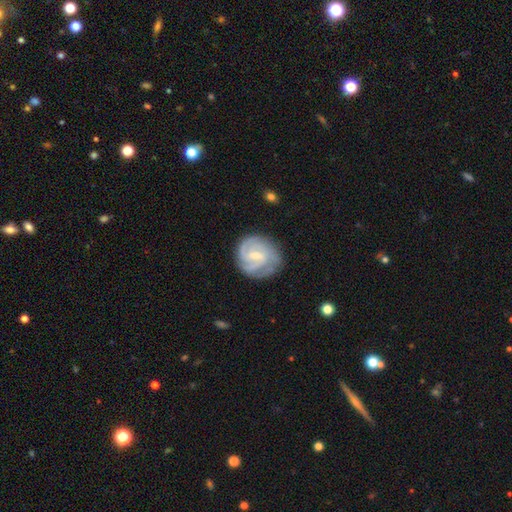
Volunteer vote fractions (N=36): This is clearly a featured or disk galaxy (89%). It is clearly not viewed edge-on (100%). Bar: likely weak (62%). Spiral arm pattern: clearly yes (94%). Spiral arm count: possibly 3 (53%). Spiral winding: possibly tight (47%). Central bulge: possibly small (59%). Merging: possibly none (55%).